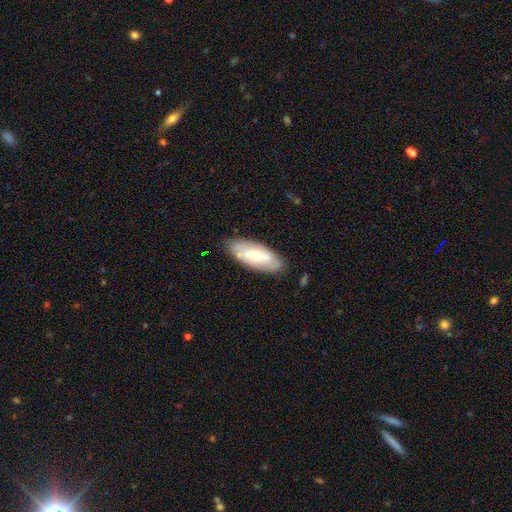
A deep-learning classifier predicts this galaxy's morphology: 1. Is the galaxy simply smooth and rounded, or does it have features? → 49% featured or disk, 45% smooth, 6% star or artifact.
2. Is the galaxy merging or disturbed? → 80% none, 15% minor disturbance, 3% major disturbance, 2% merger.